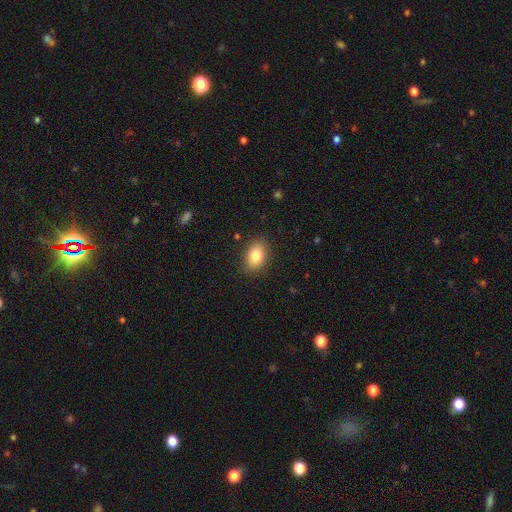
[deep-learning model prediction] Smooth or featured?
  - smooth: 82% *
  - featured or disk: 9%
  - star or artifact: 9%
How rounded?
  - in between: 83% *
  - round: 15%
  - cigar-shaped: 2%
Merging?
  - none: 87% *
  - minor disturbance: 10%
  - major disturbance: 3%
  - merger: 1%